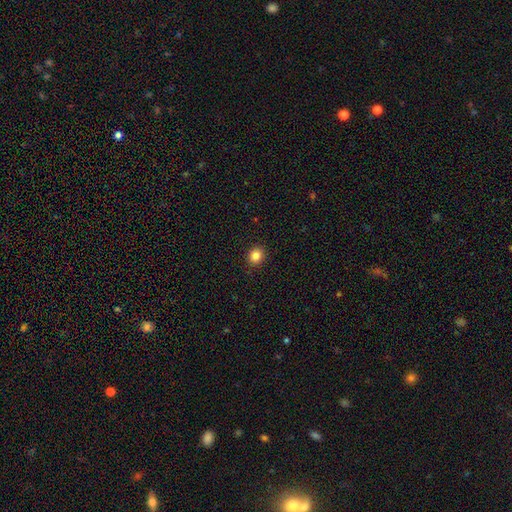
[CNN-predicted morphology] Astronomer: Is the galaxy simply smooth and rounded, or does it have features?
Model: smooth — 84%.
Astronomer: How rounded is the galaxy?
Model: round — 72%.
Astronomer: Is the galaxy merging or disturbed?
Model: none — 91%.